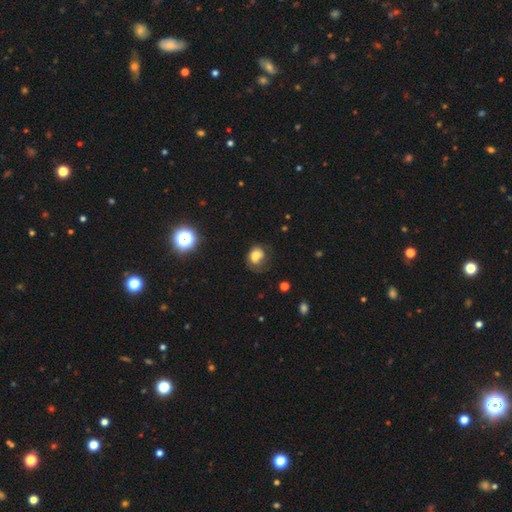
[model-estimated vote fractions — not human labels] A smooth galaxy with no disk features (64%) that is in between round and cigar-shaped (56%).

Vote fractions:
- Smooth or featured? smooth: 64% / featured or disk: 22% / star or artifact: 14%
- How rounded? in between: 56% / round: 43% / cigar-shaped: 1%
- Merging? none: 38% / minor disturbance: 27% / major disturbance: 27% / merger: 8%